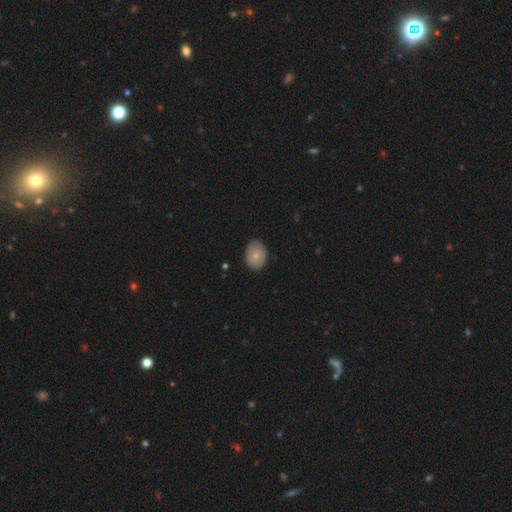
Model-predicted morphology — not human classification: type=smooth (74%); roundness=in between (63%); merging=none (80%).